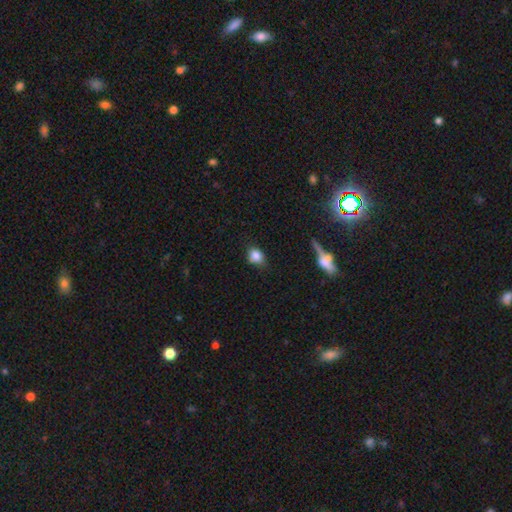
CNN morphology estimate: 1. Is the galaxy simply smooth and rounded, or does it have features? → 82% smooth, 10% star or artifact, 8% featured or disk.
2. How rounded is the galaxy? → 50% in between, 48% round, 2% cigar-shaped.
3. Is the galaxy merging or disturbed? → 61% none, 27% minor disturbance, 7% major disturbance, 5% merger.